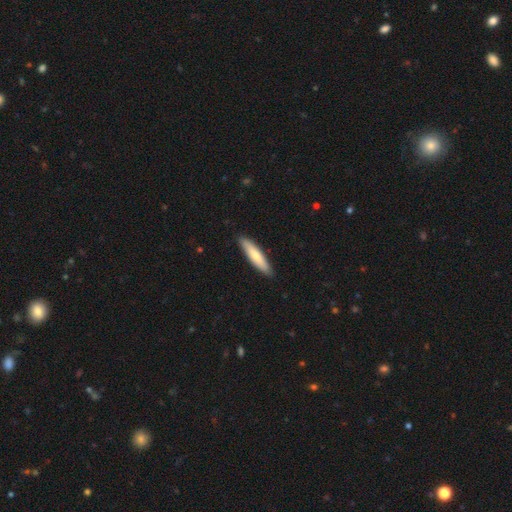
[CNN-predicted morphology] Overall: smooth (71%). How rounded: cigar-shaped (81%). Merging: none (89%).